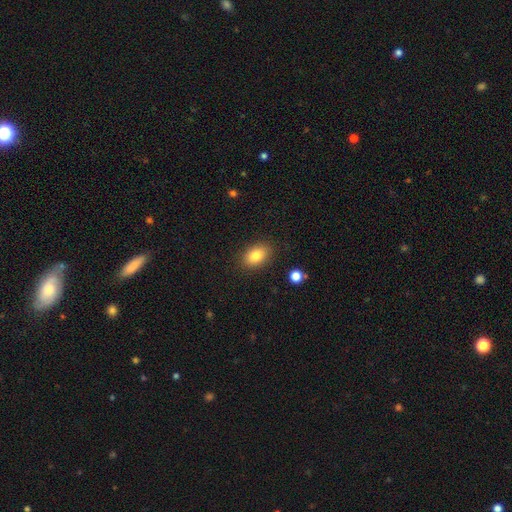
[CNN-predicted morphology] smooth-or-featured: smooth: 82% | featured or disk: 9% | star or artifact: 9%
  how-rounded: in between: 85% | round: 14% | cigar-shaped: 2%
  merging: none: 87% | minor disturbance: 9% | major disturbance: 3% | merger: 1%